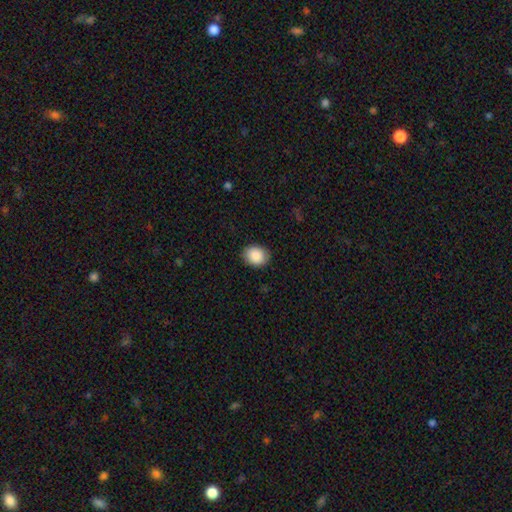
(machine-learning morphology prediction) Smooth or featured? Predicted: smooth (p=0.89). How rounded? Predicted: in between (p=0.53). Merging? Predicted: none (p=0.87).